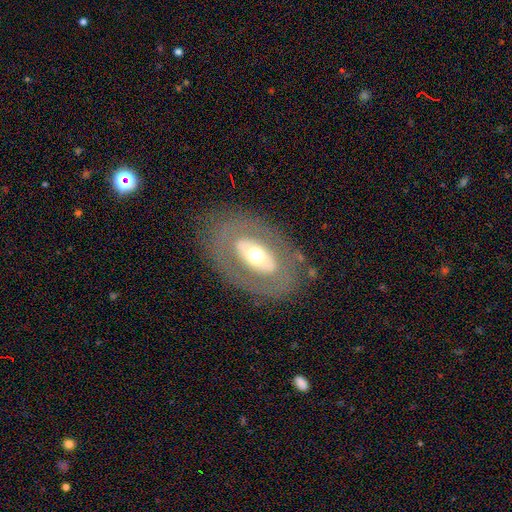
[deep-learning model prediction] Morphology: type=featured or disk (59%); edge-on=no (90%); bar=no (70%); spiral arms=no (86%); bulge=moderate (62%); merging=none (78%).